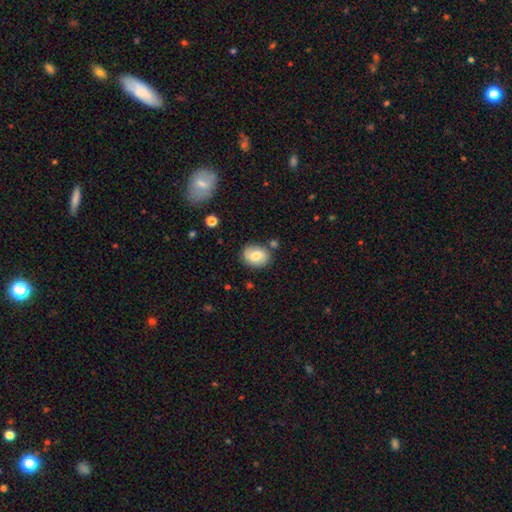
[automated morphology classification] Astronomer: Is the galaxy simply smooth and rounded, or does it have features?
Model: smooth — 75%.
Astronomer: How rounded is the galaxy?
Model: in between — 52% (runner-up: round, 47%).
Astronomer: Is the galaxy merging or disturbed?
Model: none — 78%.